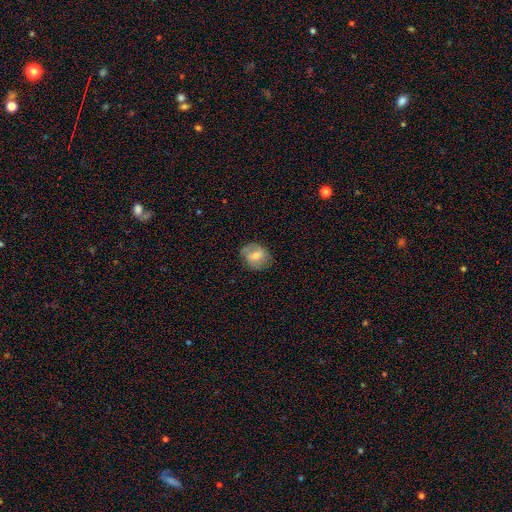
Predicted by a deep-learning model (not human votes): This appears to be a smooth galaxy with no disk features (57%) that is round (57%). Merging: none (75%).